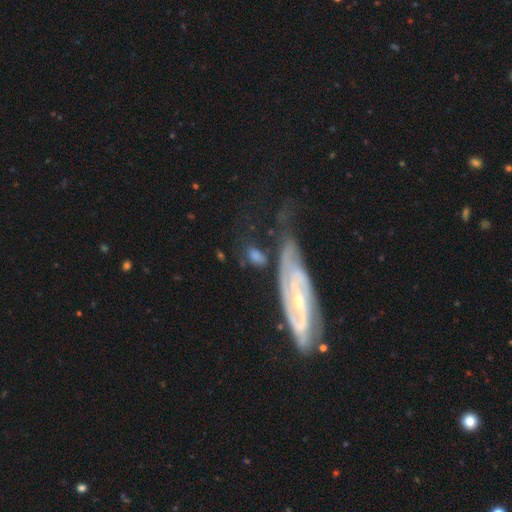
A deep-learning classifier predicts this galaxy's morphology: smooth_or_featured: featured or disk (p=0.56) [alt: smooth p=0.35]
disk_edge_on: no (p=0.81) [alt: yes p=0.19]
merging: none (p=0.52) [alt: minor disturbance p=0.22]